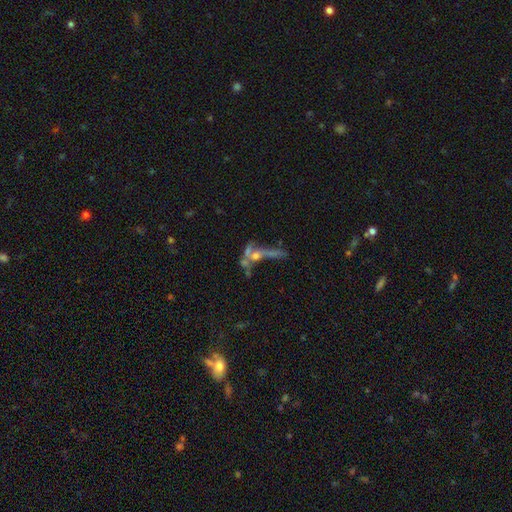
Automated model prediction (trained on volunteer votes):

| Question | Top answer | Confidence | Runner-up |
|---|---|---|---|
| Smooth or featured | featured or disk | 56% | smooth (26%) |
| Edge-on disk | no | 69% | yes (31%) |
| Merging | merger | 41% | none (26%) |